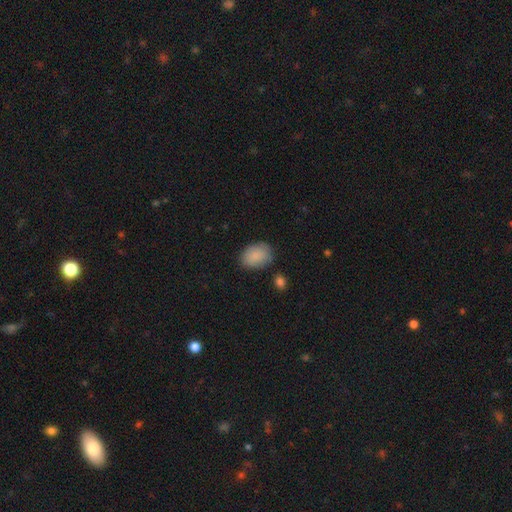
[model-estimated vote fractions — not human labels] This appears to be a smooth galaxy with no disk features (89%) that is in between round and cigar-shaped (79%). Merging: none (78%).